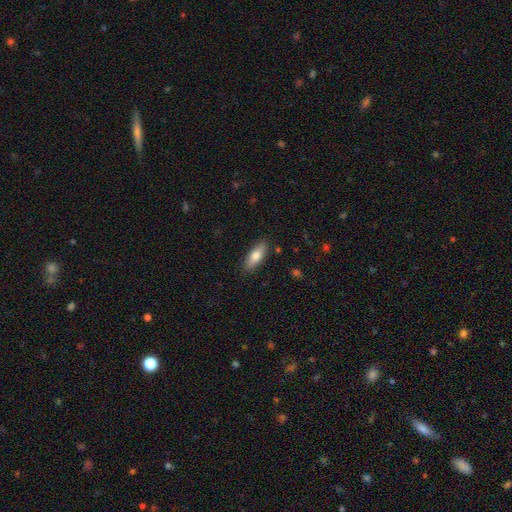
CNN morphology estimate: This is likely a smooth galaxy (77%). How rounded: likely in between (68%). Merging: clearly none (87%).